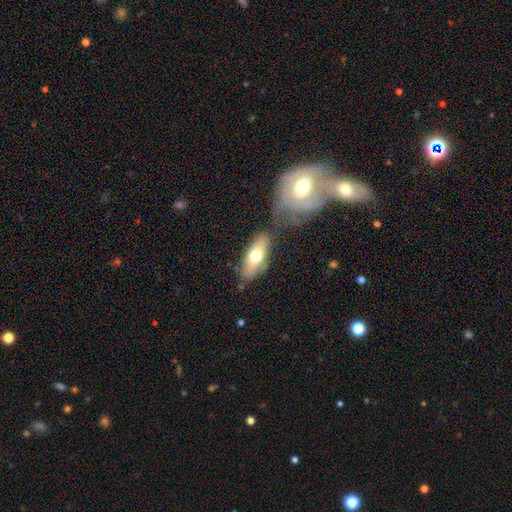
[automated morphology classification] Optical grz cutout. It shows a smooth galaxy with no disk features (63%) that is in between round and cigar-shaped (73%). Merging: none (66%).